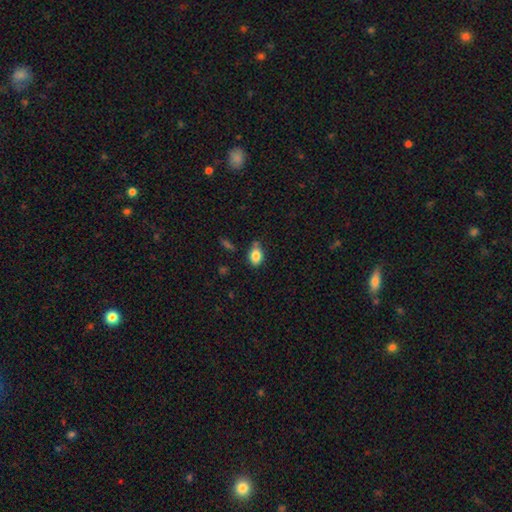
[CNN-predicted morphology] Q: Smooth or featured?
A: smooth (84%); runner-up: star or artifact (9%)
Q: How rounded?
A: in between (72%); runner-up: round (26%)
Q: Merging?
A: none (66%); runner-up: minor disturbance (22%)